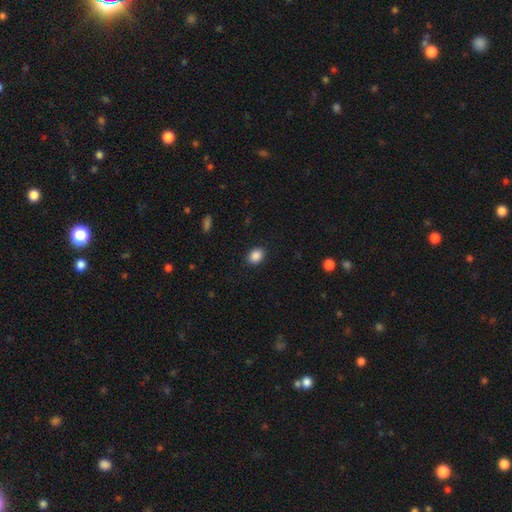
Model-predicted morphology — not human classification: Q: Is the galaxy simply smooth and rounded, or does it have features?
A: smooth — 88%.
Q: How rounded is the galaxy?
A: in between — 63%.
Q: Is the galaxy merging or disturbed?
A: none — 89%.